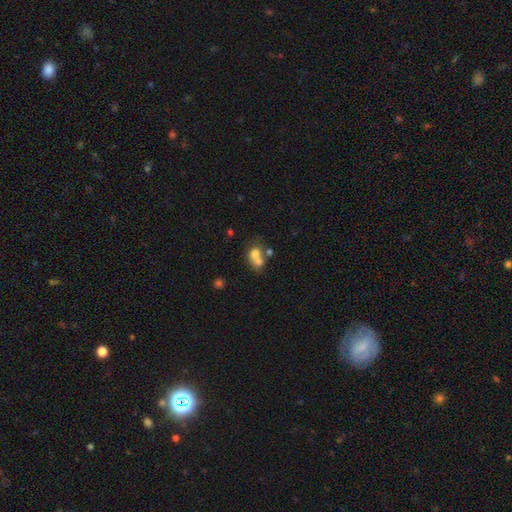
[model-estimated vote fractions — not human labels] This is likely a smooth galaxy (65%). How rounded: likely round (63%). Merging: likely merger (62%).